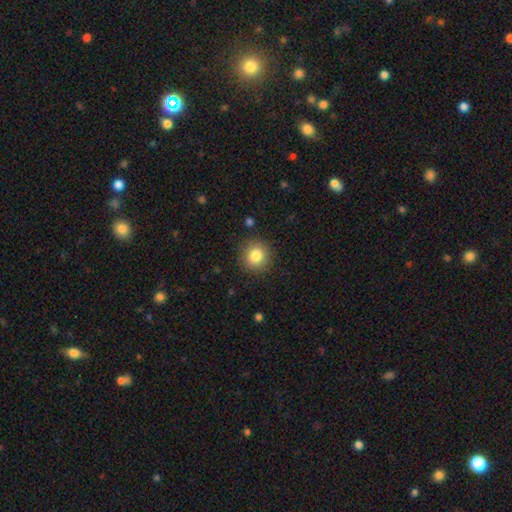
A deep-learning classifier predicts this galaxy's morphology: smooth 83%, star or artifact 10%, featured or disk 7%. Down the decision tree: how rounded — round (91%); merging — none (88%).